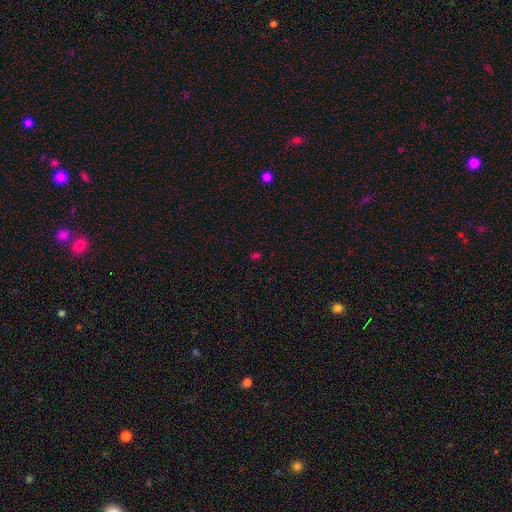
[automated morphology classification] This appears to be a star or artifact, not a galaxy (48%).